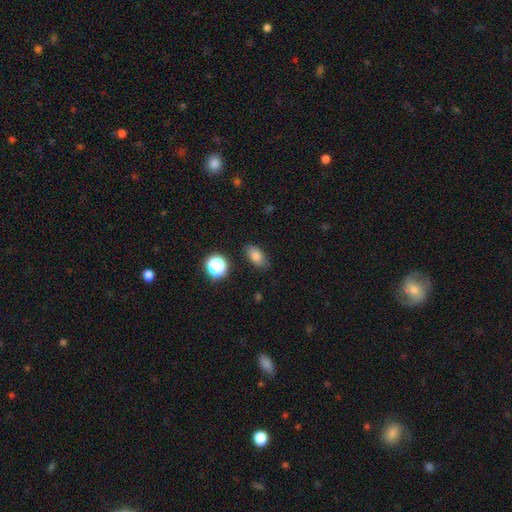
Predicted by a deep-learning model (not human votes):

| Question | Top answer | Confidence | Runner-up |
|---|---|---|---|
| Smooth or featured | smooth | 80% | star or artifact (12%) |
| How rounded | in between | 86% | round (11%) |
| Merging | none | 81% | minor disturbance (14%) |